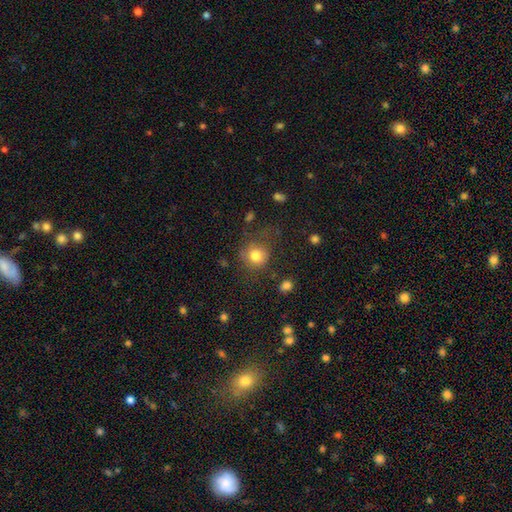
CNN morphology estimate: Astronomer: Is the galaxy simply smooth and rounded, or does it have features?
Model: smooth — 79%.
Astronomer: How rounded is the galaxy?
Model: round — 78%.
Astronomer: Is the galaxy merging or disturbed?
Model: none — 61%.